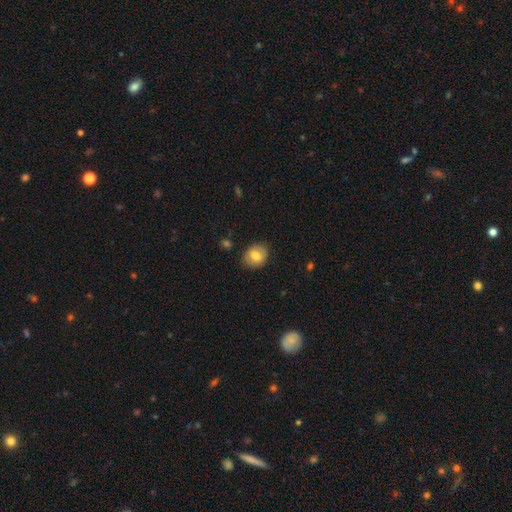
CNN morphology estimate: This is likely a smooth galaxy (74%). How rounded: possibly round (53%). Merging: clearly none (83%).